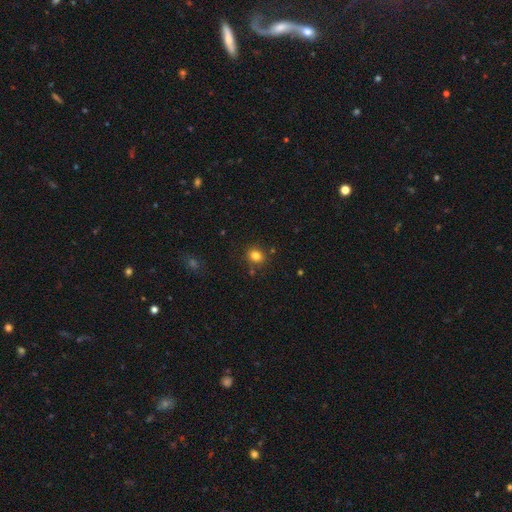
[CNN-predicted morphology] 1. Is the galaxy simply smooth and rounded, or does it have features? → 81% smooth, 13% star or artifact, 6% featured or disk.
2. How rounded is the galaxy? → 70% round, 29% in between, 1% cigar-shaped.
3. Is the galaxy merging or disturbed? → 83% none, 10% minor disturbance, 4% merger, 3% major disturbance.